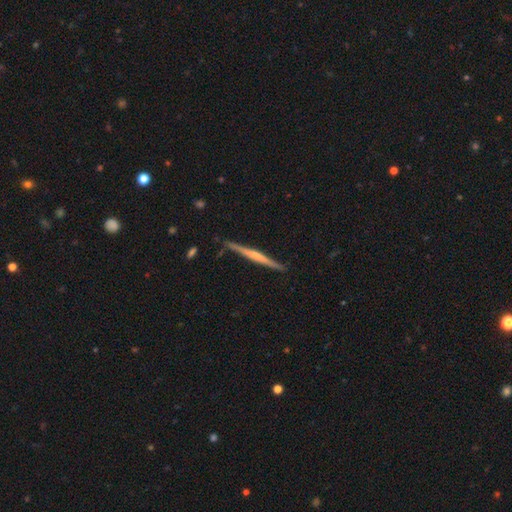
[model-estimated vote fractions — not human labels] smooth_or_featured: featured or disk (p=0.65) [alt: smooth p=0.29]
disk_edge_on: yes (p=0.98) [alt: no p=0.02]
edge_on_bulge: none (p=0.44) [alt: rounded p=0.40]
merging: none (p=0.87) [alt: minor disturbance p=0.09]